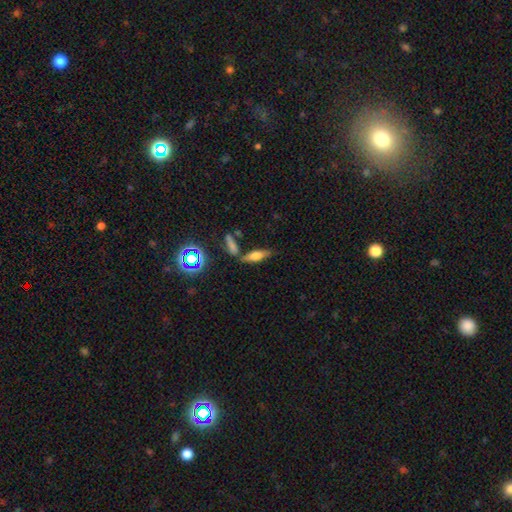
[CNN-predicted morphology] A smooth galaxy with no disk features (51%) that is cigar-shaped (50%). Merging: none (69%).